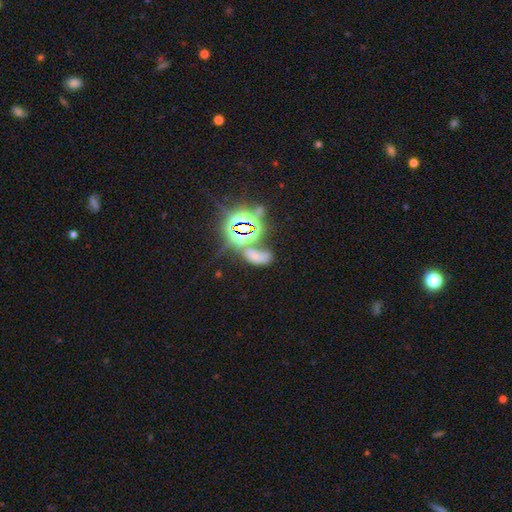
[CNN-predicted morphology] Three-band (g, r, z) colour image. It shows a star or artifact, not a galaxy (47%).